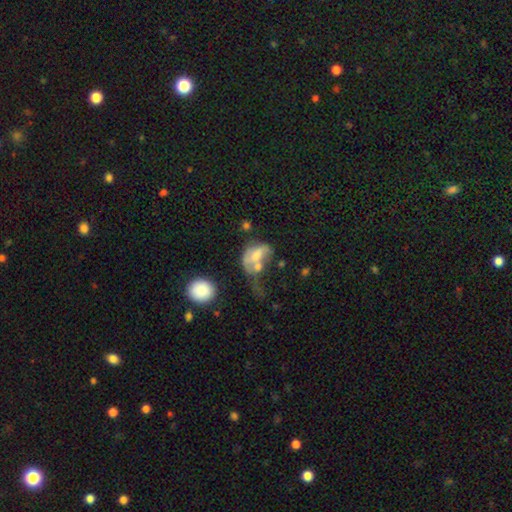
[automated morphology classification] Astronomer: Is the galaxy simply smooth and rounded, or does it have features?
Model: smooth — 50% (runner-up: featured or disk, 39%).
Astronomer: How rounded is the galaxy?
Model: in between — 74%.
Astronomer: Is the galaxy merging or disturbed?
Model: merger — 35% (runner-up: major disturbance, 34%).